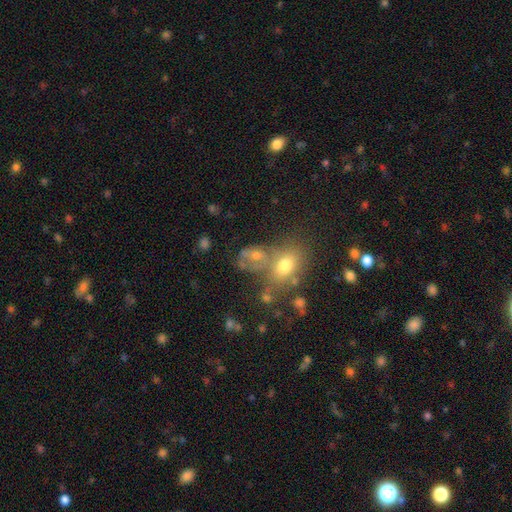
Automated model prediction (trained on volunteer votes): A smooth galaxy with no disk features (54%) that is in between round and cigar-shaped (74%).

Vote fractions:
- Smooth or featured? smooth: 54% / featured or disk: 27% / star or artifact: 19%
- How rounded? in between: 74% / round: 24% / cigar-shaped: 3%
- Merging? merger: 37% / none: 36% / minor disturbance: 15% / major disturbance: 12%